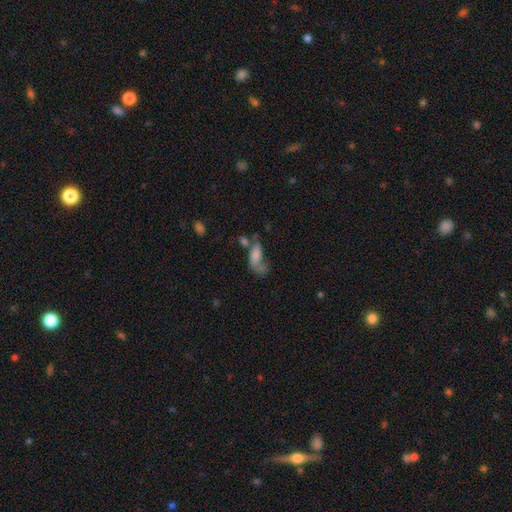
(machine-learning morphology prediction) smooth 64%, featured or disk 24%, star or artifact 11%. Down the decision tree: how rounded — in between (84%); merging — major disturbance (34%).